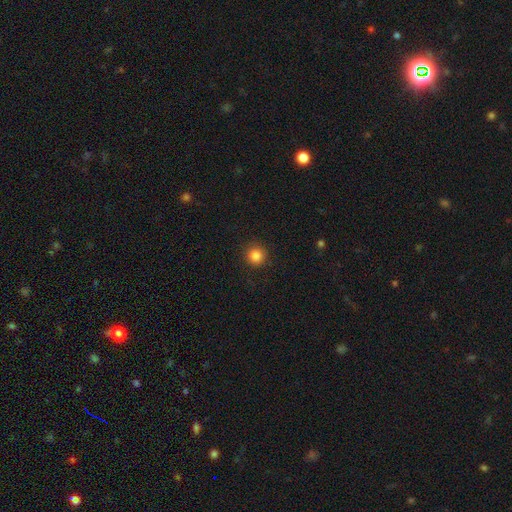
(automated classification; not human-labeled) A smooth galaxy with no disk features (85%) that is round (95%).

Vote fractions:
- Smooth or featured? smooth: 85% / star or artifact: 11% / featured or disk: 4%
- How rounded? round: 95% / in between: 4% / cigar-shaped: 1%
- Merging? none: 91% / minor disturbance: 6% / major disturbance: 2% / merger: 1%